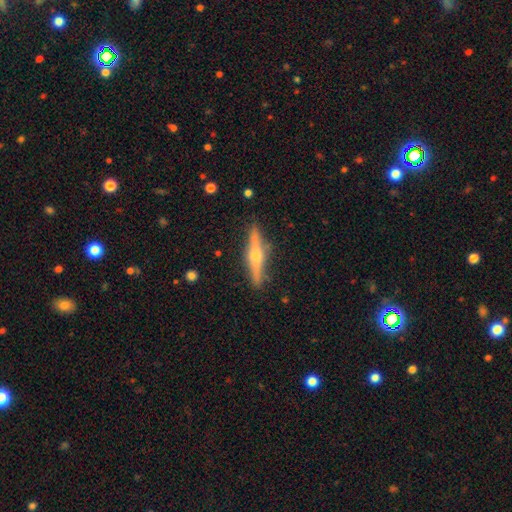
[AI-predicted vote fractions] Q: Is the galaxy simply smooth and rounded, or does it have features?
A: featured or disk — 71%.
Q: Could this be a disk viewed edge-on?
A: yes — 97%.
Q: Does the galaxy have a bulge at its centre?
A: rounded — 90%.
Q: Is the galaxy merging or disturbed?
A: none — 88%.